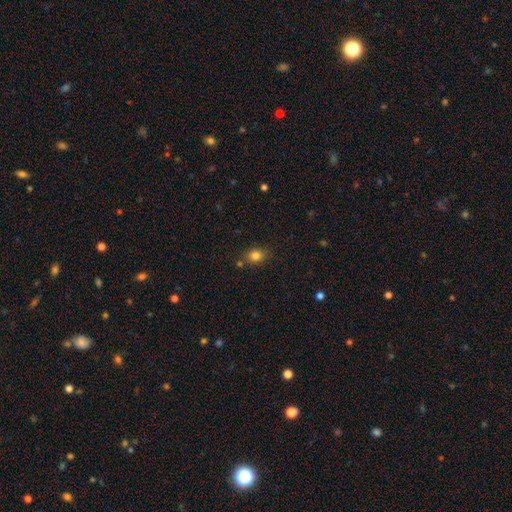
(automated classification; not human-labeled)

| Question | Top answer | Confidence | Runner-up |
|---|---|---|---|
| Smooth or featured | smooth | 82% | star or artifact (12%) |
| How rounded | in between | 51% | round (48%) |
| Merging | none | 75% | minor disturbance (13%) |